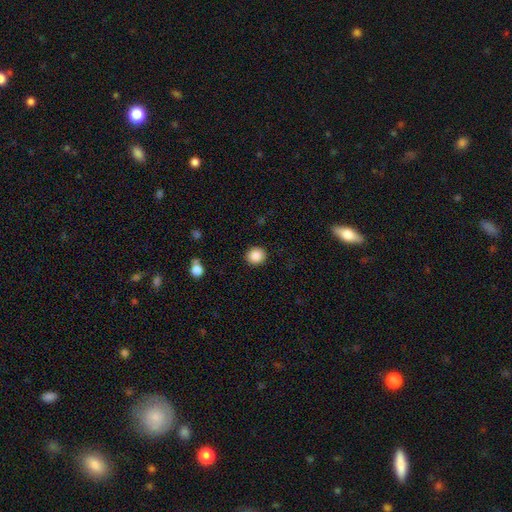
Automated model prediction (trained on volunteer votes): smooth-or-featured: smooth: 88% | star or artifact: 9% | featured or disk: 3%
  how-rounded: round: 86% | in between: 13% | cigar-shaped: 1%
  merging: none: 91% | minor disturbance: 6% | major disturbance: 2% | merger: 1%